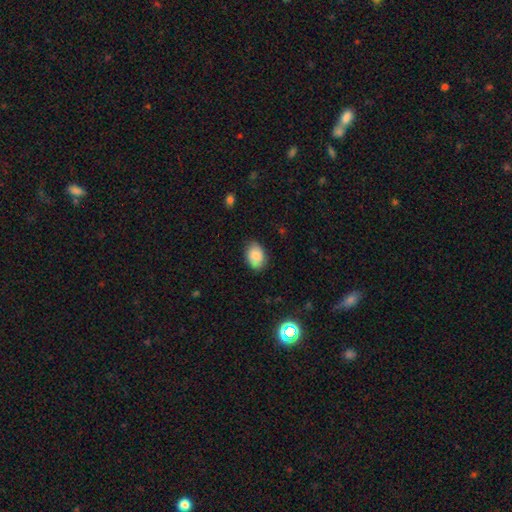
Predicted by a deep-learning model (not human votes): Overall: smooth (84%). How rounded: in between (85%). Merging: none (81%).